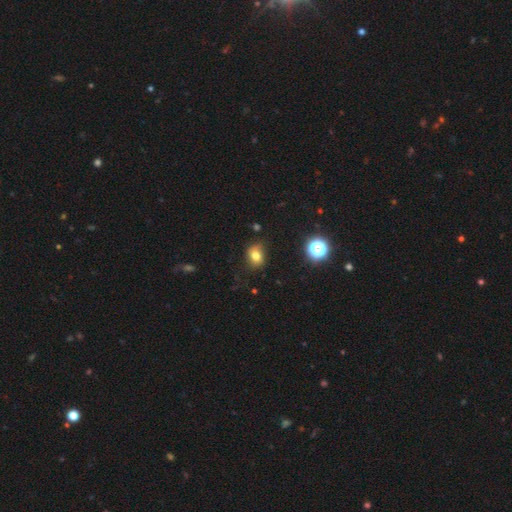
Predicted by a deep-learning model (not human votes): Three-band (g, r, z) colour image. It shows a smooth galaxy with no disk features (75%) that is in between round and cigar-shaped (52%). Merging: none (71%).